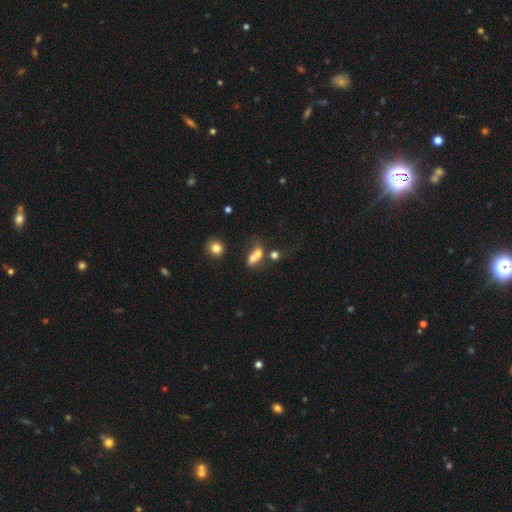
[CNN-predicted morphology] type=smooth (67%); roundness=in between (57%); merging=merger (63%).